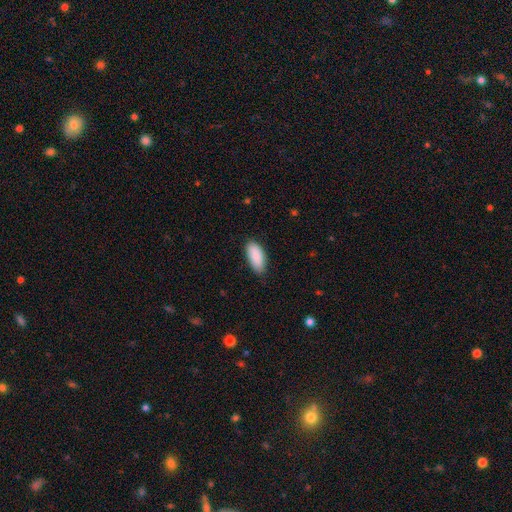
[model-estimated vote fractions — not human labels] Overall: smooth (89%). How rounded: in between (89%). Merging: none (80%).